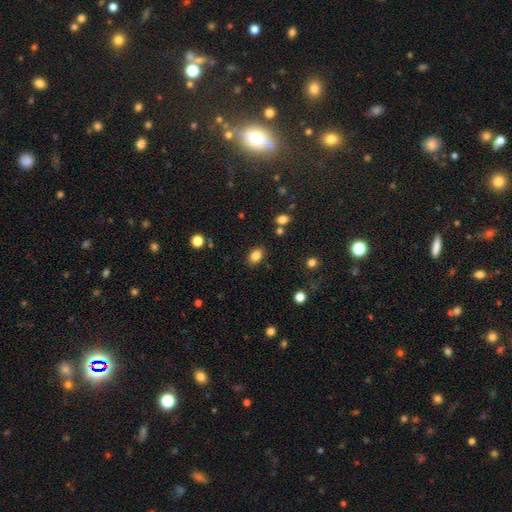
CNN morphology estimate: A smooth galaxy with no disk features (84%) that is in between round and cigar-shaped (77%). Merging: none (85%).